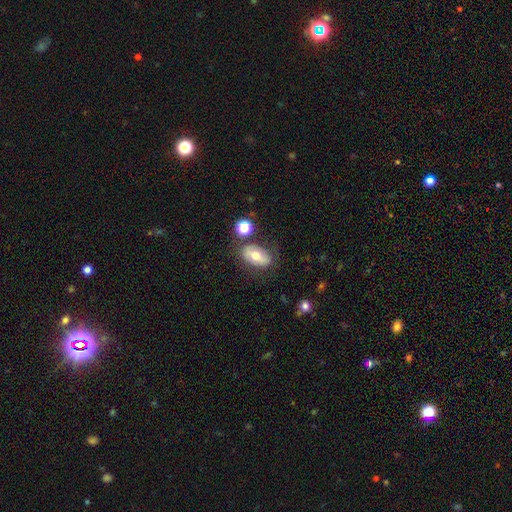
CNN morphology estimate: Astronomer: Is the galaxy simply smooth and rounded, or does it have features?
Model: smooth — 58% (runner-up: featured or disk, 33%).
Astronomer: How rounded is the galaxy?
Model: in between — 88%.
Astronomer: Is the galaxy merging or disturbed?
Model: none — 70%.